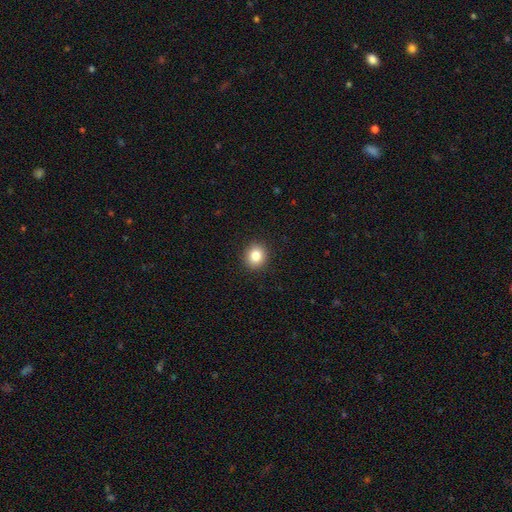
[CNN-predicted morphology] This is clearly a smooth galaxy (83%). How rounded: likely round (79%). Merging: clearly none (92%).